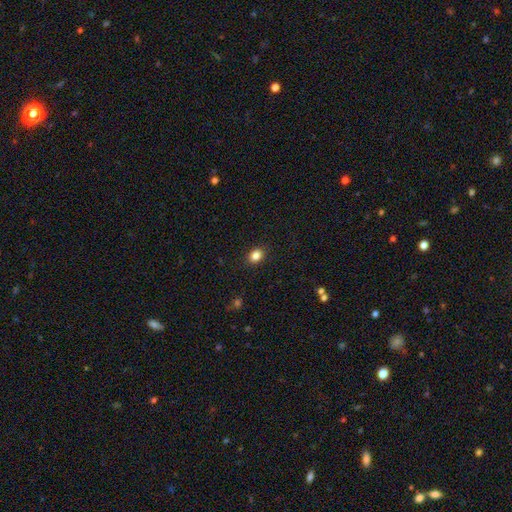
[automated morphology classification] The model was most divided on "how rounded": in between: 61%, round: 38%, cigar-shaped: 1%. More confident: merging — none (90%); smooth or featured — smooth (85%).